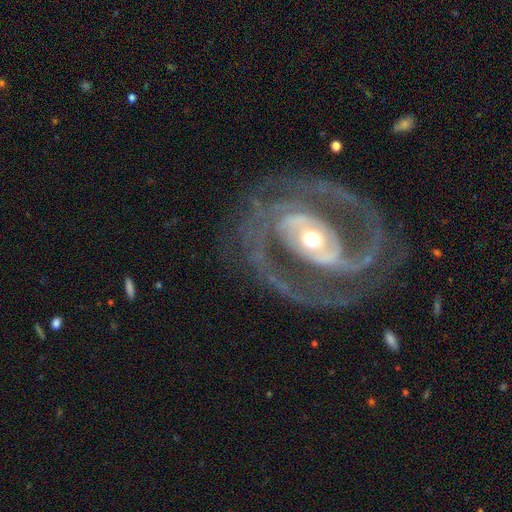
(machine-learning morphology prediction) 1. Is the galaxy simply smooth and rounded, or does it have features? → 91% featured or disk, 5% star or artifact, 4% smooth.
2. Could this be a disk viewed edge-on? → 97% no, 3% yes.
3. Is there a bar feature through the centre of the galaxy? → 44% strong, 30% weak, 26% no.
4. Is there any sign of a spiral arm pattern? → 96% yes, 4% no.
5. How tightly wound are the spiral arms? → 47% medium, 44% tight, 9% loose.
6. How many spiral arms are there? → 82% 2, 6% 3, 5% can't tell, 2% 1, 2% 4, 2% more than 4.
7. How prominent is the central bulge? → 60% moderate, 28% small, 10% large, 1% dominant, 1% none.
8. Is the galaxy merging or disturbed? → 77% none, 13% minor disturbance, 9% major disturbance, 1% merger.